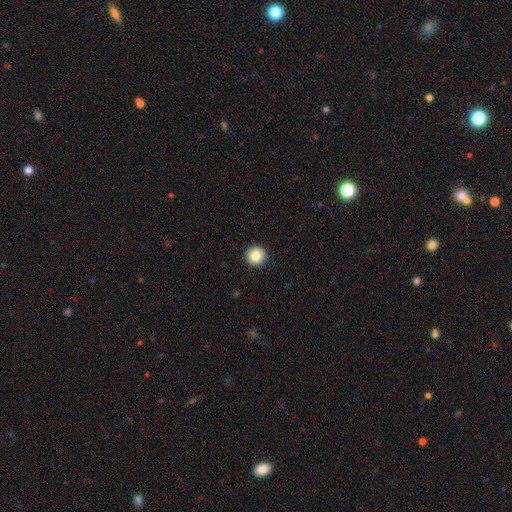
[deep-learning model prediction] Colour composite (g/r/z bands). It shows a smooth galaxy with no disk features (84%) that is round (95%). Merging: none (92%).